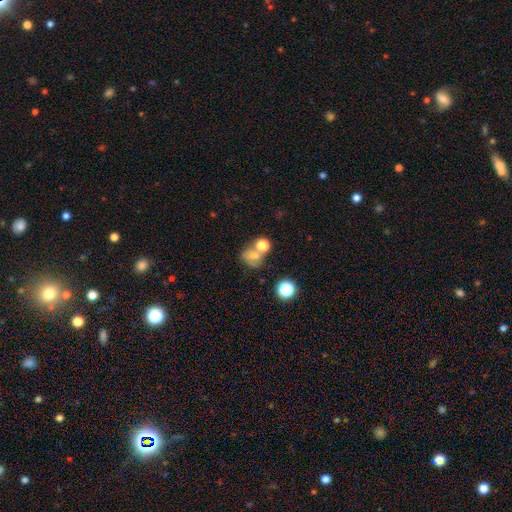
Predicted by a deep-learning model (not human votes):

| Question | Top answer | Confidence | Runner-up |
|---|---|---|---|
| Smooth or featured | smooth | 62% | featured or disk (19%) |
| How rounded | round | 66% | in between (33%) |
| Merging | none | 41% | merger (38%) |